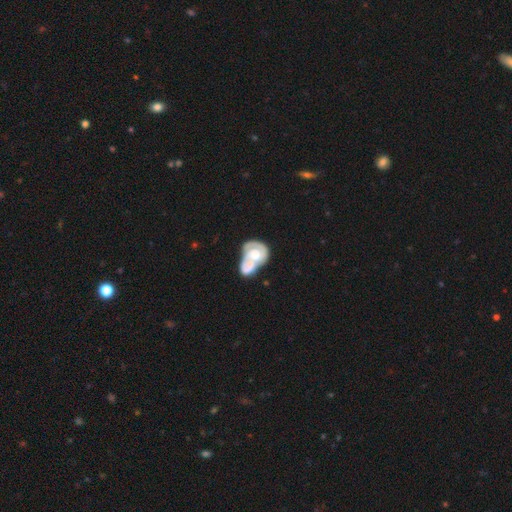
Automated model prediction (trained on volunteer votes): smooth_or_featured: featured or disk (p=0.70) [alt: smooth p=0.25]
disk_edge_on: no (p=0.98) [alt: yes p=0.02]
bar: no (p=0.78) [alt: weak p=0.18]
has_spiral_arms: yes (p=0.67) [alt: no p=0.33]
bulge_size: moderate (p=0.61) [alt: large p=0.20]
merging: merger (p=0.51) [alt: major disturbance p=0.19]